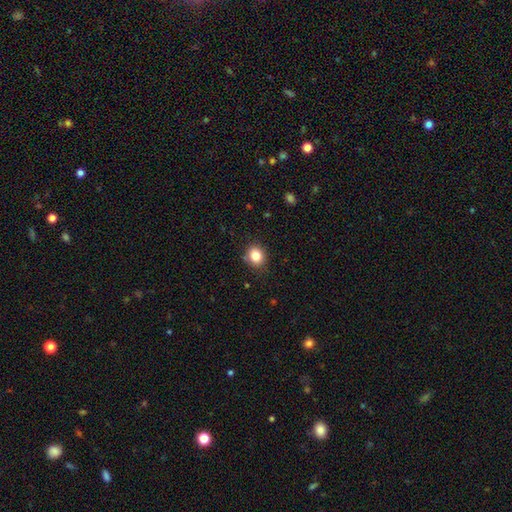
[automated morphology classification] Q: Smooth or featured?
A: smooth (83%); runner-up: star or artifact (11%)
Q: How rounded?
A: round (64%); runner-up: in between (36%)
Q: Merging?
A: none (85%); runner-up: minor disturbance (11%)